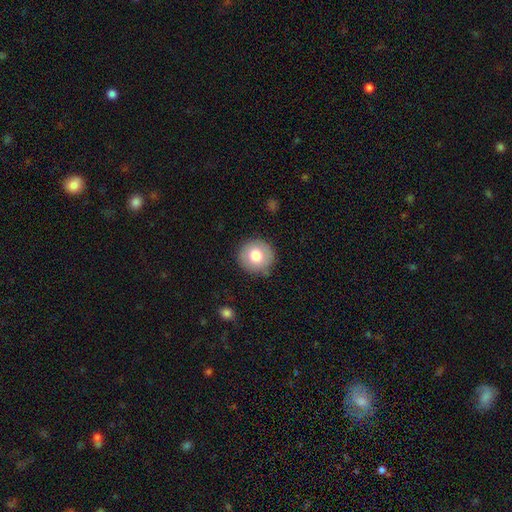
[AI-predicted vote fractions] The model was most divided on "smooth or featured": smooth: 76%, featured or disk: 16%, star or artifact: 8%. More confident: how rounded — round (93%); merging — none (86%).